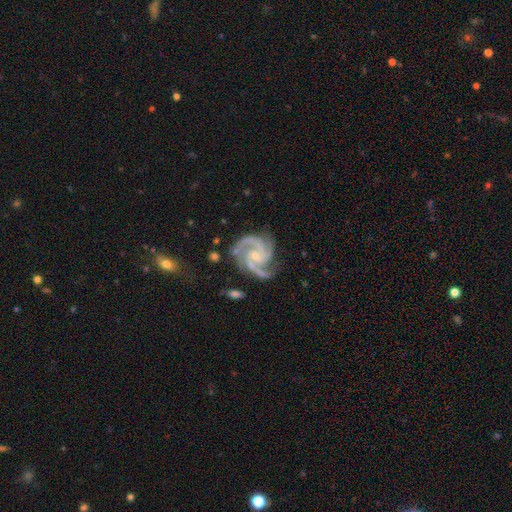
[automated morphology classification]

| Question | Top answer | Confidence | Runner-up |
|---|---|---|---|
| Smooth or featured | featured or disk | 94% | star or artifact (3%) |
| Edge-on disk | no | 99% | yes (1%) |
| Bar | no | 62% | weak (29%) |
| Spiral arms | yes | 99% | no (1%) |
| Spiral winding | medium | 50% | tight (45%) |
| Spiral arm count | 3 | 70% | 4 (10%) |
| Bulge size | small | 72% | moderate (22%) |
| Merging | none | 72% | minor disturbance (19%) |